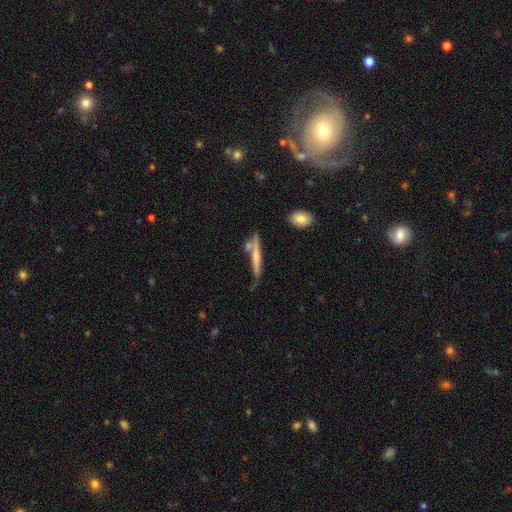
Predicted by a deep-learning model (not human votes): A smooth galaxy with no disk features (52%) that is cigar-shaped (92%). Merging: none (53%).